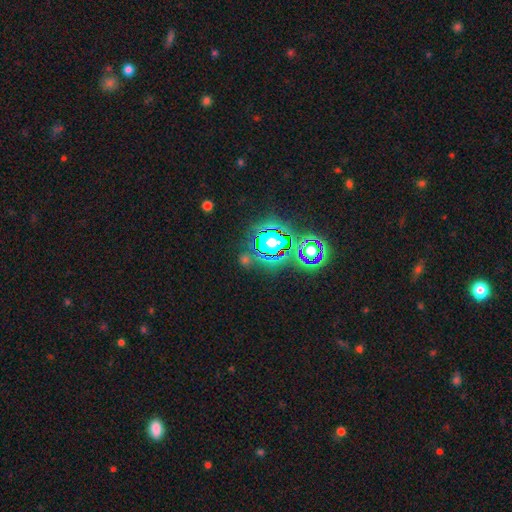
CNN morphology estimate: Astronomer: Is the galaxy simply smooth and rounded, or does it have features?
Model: star or artifact — 82%.